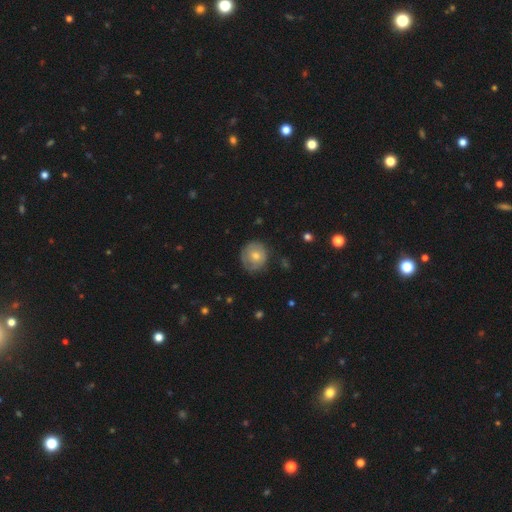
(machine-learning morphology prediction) This is possibly a smooth galaxy (54%). How rounded: clearly round (89%). Merging: likely none (77%).